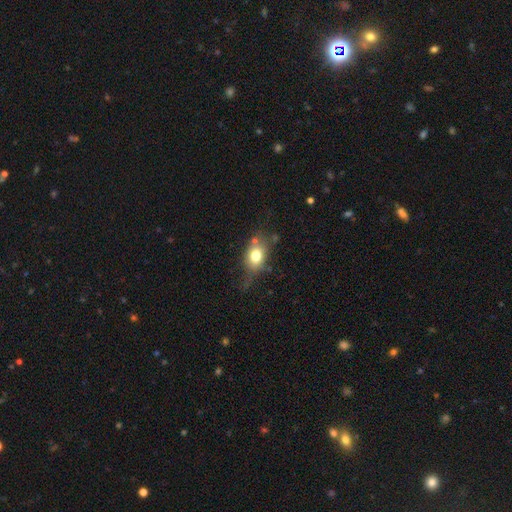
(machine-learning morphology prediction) The model was most divided on "merging": none: 52%, minor disturbance: 29%, major disturbance: 13%, merger: 6%. More confident: smooth or featured — smooth (73%); how rounded — in between (65%).